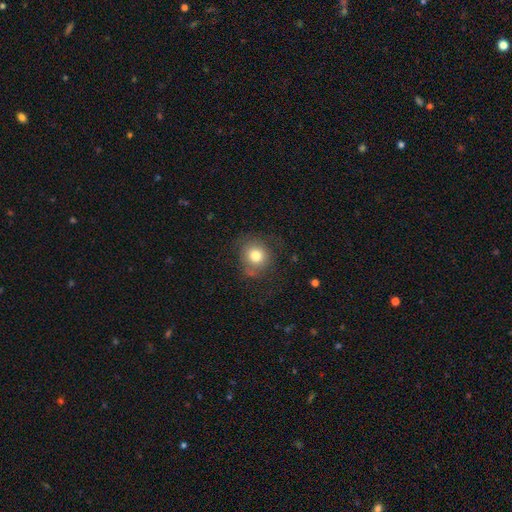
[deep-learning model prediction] smooth-or-featured: smooth: 76% | featured or disk: 14% | star or artifact: 10%
  how-rounded: round: 82% | in between: 17% | cigar-shaped: 1%
  merging: none: 67% | minor disturbance: 20% | major disturbance: 11% | merger: 2%